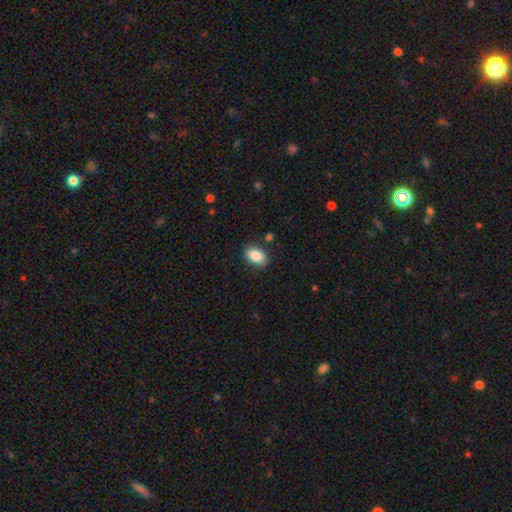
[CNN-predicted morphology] smooth_or_featured: smooth (p=0.85) [alt: featured or disk p=0.07]
how_rounded: in between (p=0.89) [alt: round p=0.09]
merging: none (p=0.85) [alt: minor disturbance p=0.10]